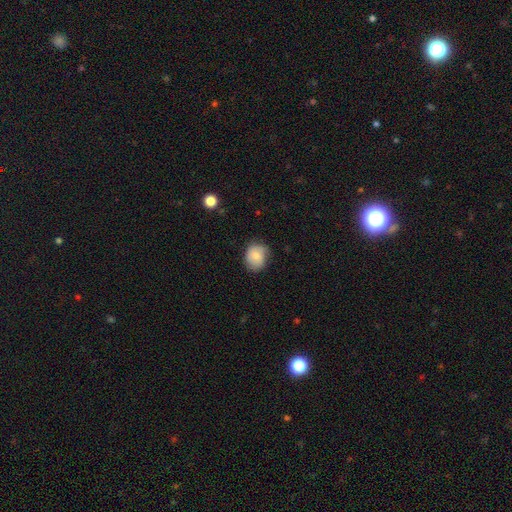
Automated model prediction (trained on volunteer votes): smooth_or_featured: smooth (p=0.79) [alt: featured or disk p=0.14]
how_rounded: round (p=0.62) [alt: in between p=0.37]
merging: none (p=0.70) [alt: minor disturbance p=0.24]